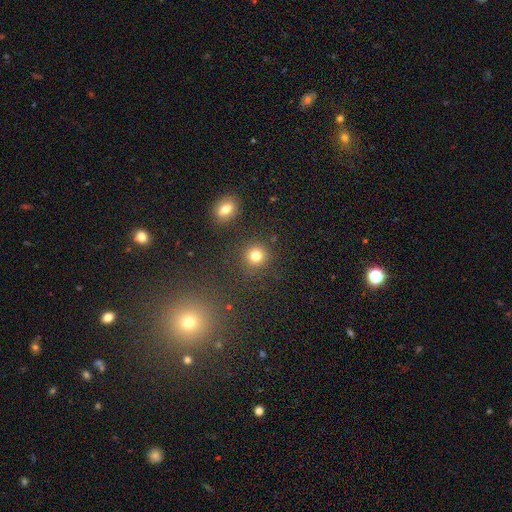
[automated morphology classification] type=smooth (79%); roundness=round (90%); merging=none (86%).